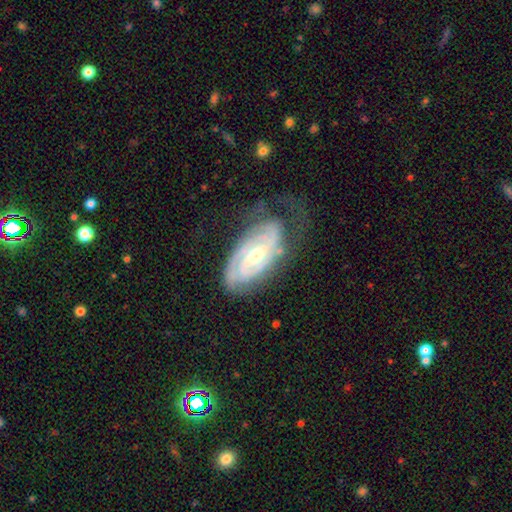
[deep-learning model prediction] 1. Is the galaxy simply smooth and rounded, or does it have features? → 89% featured or disk, 6% smooth, 5% star or artifact.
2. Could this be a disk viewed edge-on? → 95% no, 5% yes.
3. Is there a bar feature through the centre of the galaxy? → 43% weak, 30% strong, 27% no.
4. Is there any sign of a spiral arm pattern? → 97% yes, 3% no.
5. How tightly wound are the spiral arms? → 73% tight, 22% medium, 5% loose.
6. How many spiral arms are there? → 48% 2, 22% can't tell, 17% 3, 5% 4, 4% 1, 3% more than 4.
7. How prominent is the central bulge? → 57% moderate, 39% small, 2% large, 1% none, 1% dominant.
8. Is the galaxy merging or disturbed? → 60% none, 23% minor disturbance, 14% major disturbance, 2% merger.